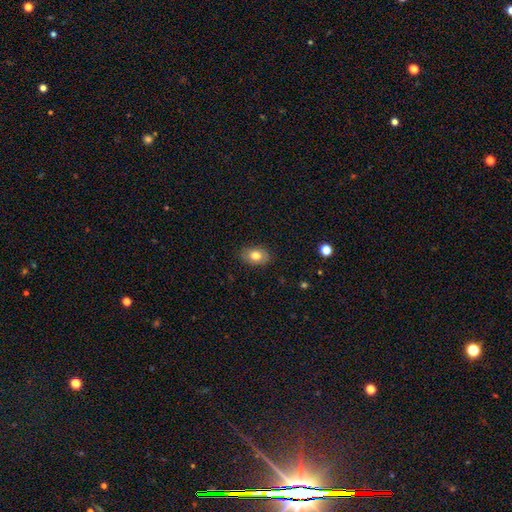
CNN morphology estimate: Smooth or featured? Predicted: smooth (p=0.78). How rounded? Predicted: in between (p=0.80). Merging? Predicted: none (p=0.85).